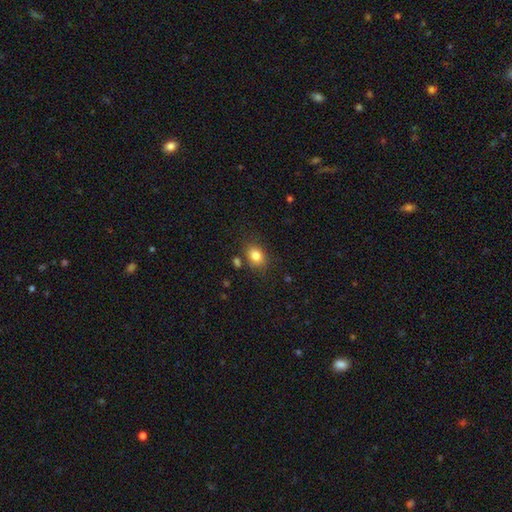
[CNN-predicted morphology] smooth_or_featured: smooth (p=0.83) [alt: star or artifact p=0.10]
how_rounded: in between (p=0.66) [alt: round p=0.33]
merging: none (p=0.76) [alt: minor disturbance p=0.14]